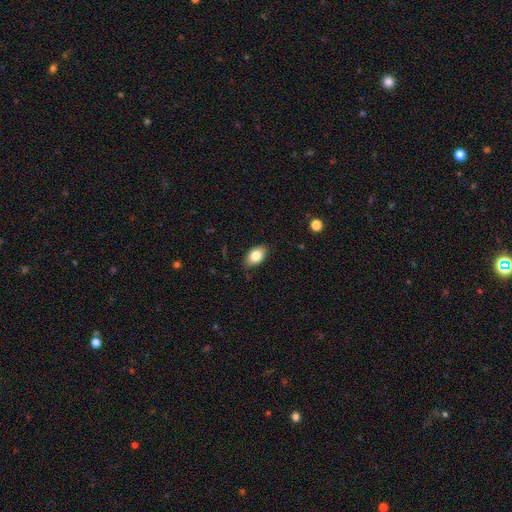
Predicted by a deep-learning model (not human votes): smooth 82%, featured or disk 11%, star or artifact 8%. Down the decision tree: how rounded — in between (89%); merging — none (85%).